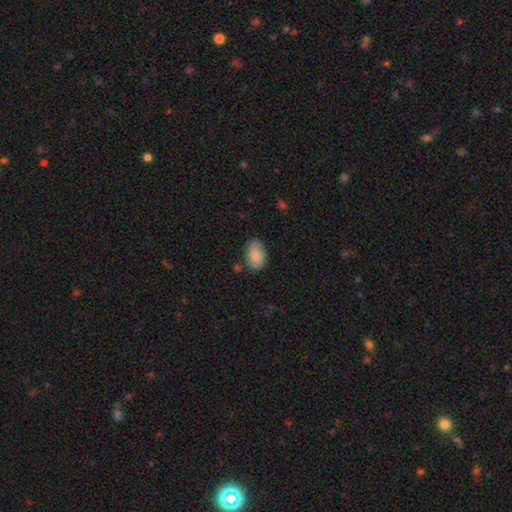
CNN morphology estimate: The model was most divided on "merging": none: 72%, minor disturbance: 21%, major disturbance: 4%, merger: 3%. More confident: how rounded — in between (91%); smooth or featured — smooth (87%).